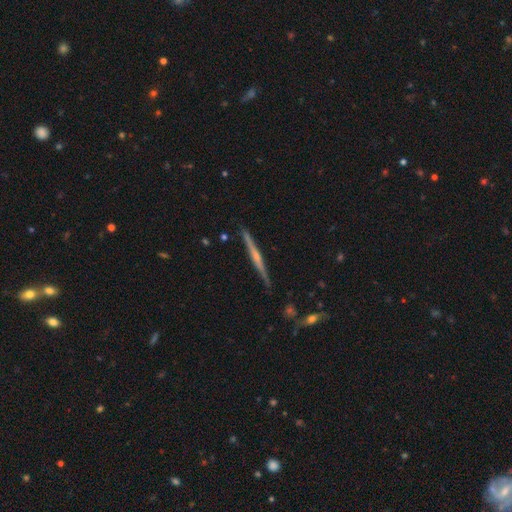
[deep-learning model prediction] Smooth or featured? Predicted: featured or disk (p=0.70). Edge-on disk? Predicted: yes (p=0.98). Edge-on bulge? Predicted: rounded (p=0.49). Merging? Predicted: none (p=0.89).